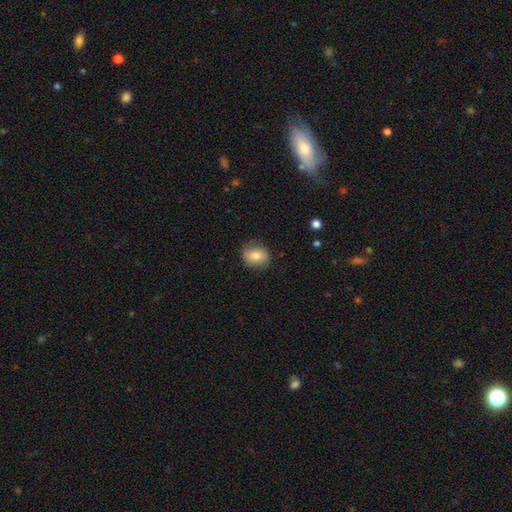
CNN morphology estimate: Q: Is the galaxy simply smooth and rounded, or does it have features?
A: smooth — 79%.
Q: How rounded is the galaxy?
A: round — 60%.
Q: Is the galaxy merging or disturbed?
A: none — 83%.